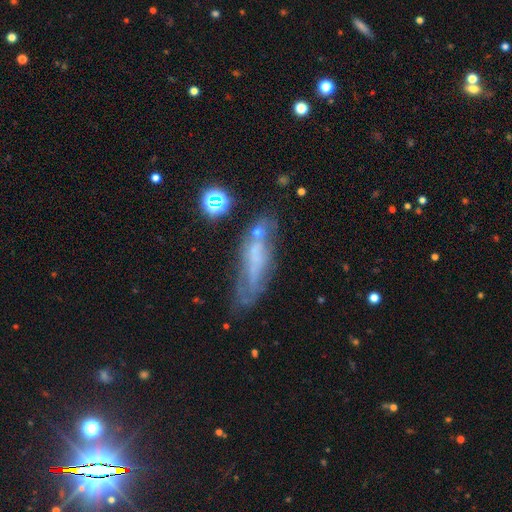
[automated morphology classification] featured or disk 48%, smooth 38%, star or artifact 14%. Down the decision tree: merging — none (49%).